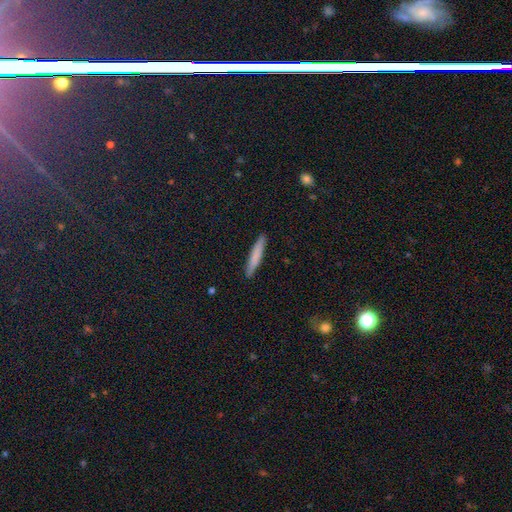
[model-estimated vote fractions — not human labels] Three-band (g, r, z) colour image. It shows a smooth galaxy with no disk features (76%) that is cigar-shaped (95%). Merging: none (91%).